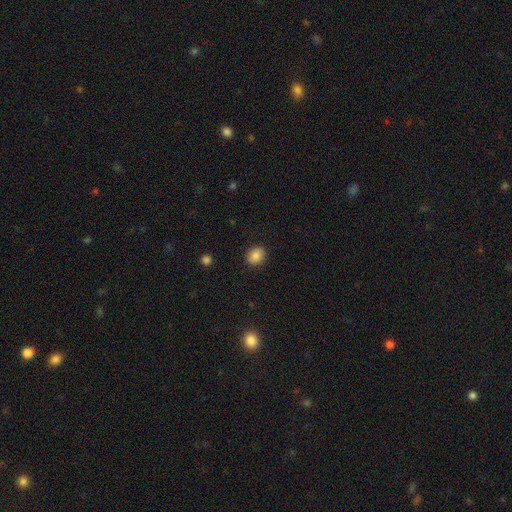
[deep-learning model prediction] smooth_or_featured: smooth (p=0.85) [alt: star or artifact p=0.09]
how_rounded: round (p=0.67) [alt: in between p=0.32]
merging: none (p=0.89) [alt: minor disturbance p=0.08]